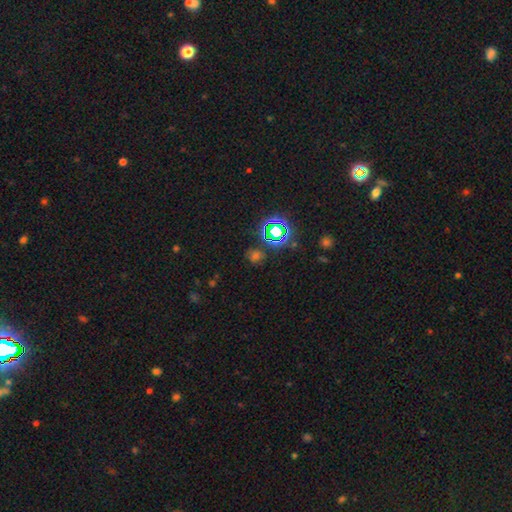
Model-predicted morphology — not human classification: This appears to be a star or artifact, not a galaxy (57%).